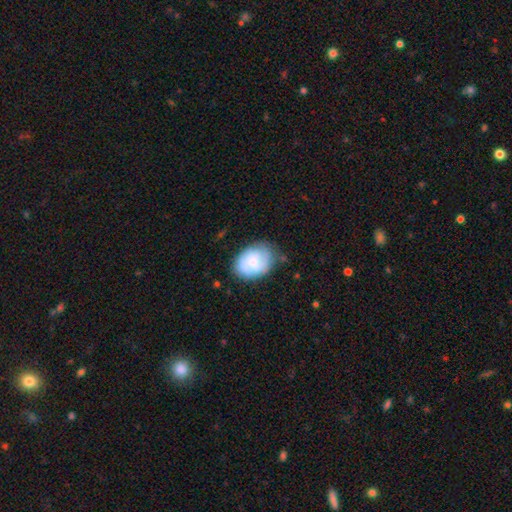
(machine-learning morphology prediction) This is possibly a smooth galaxy (57%). How rounded: likely in between (69%). Merging: likely none (64%).